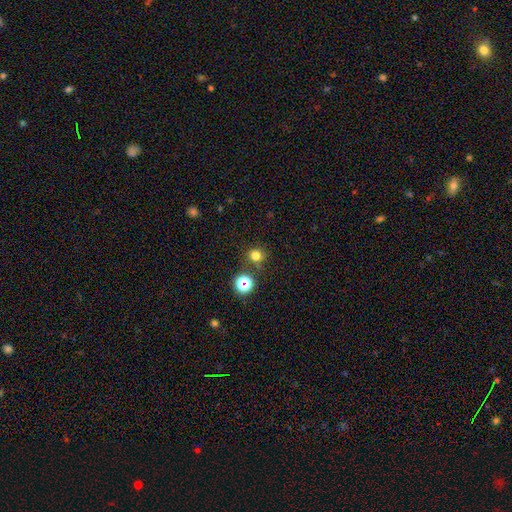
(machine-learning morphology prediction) Smooth or featured? smooth (75%)
How rounded? round (89%)
Merging? none (81%)